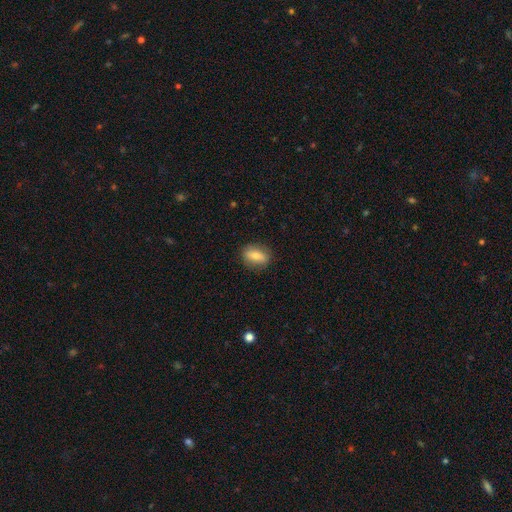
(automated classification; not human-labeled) A smooth galaxy with no disk features (73%) that is in between round and cigar-shaped (78%).

Vote fractions:
- Smooth or featured? smooth: 73% / featured or disk: 20% / star or artifact: 7%
- How rounded? in between: 78% / round: 15% / cigar-shaped: 7%
- Merging? none: 84% / minor disturbance: 12% / major disturbance: 3% / merger: 1%